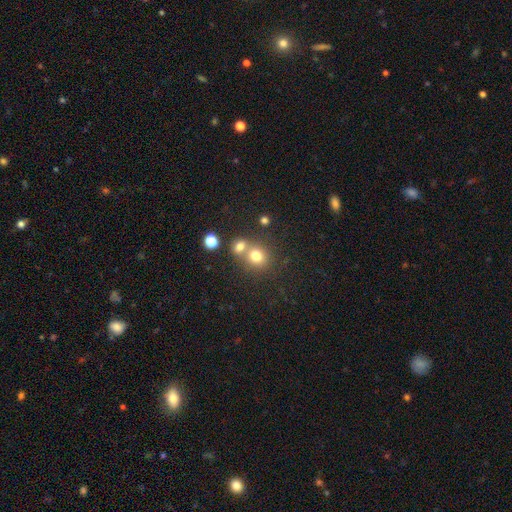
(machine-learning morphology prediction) This is likely a smooth galaxy (75%). How rounded: clearly round (80%). Merging: possibly none (48%).